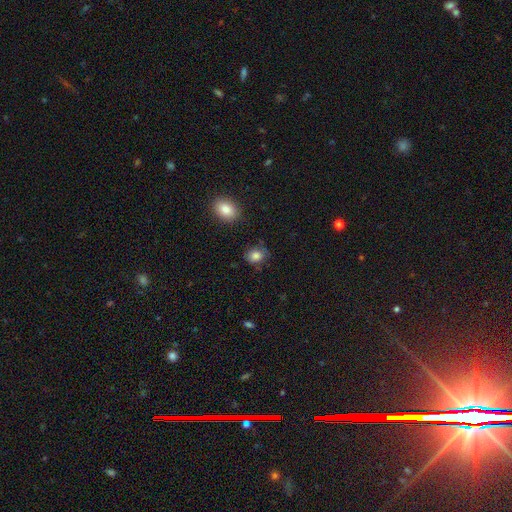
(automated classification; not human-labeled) A smooth galaxy with no disk features (83%) that is round (53%). Merging: none (70%).